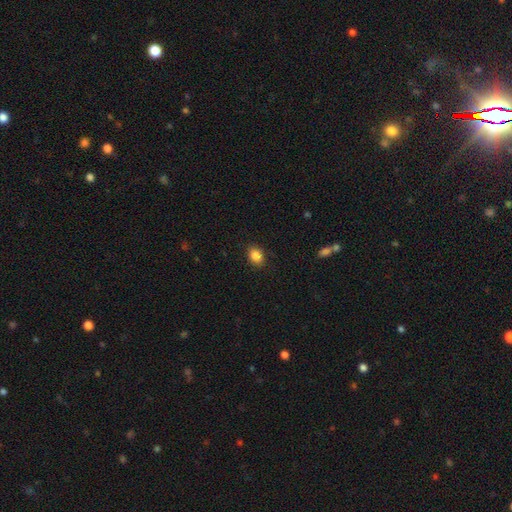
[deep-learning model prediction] Smooth or featured? Predicted: smooth (p=0.87). How rounded? Predicted: in between (p=0.68). Merging? Predicted: none (p=0.87).